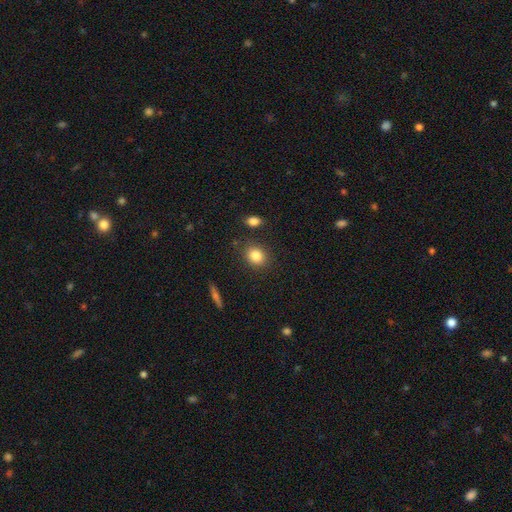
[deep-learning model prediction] A smooth galaxy with no disk features (84%) that is round (58%).

Vote fractions:
- Smooth or featured? smooth: 84% / star or artifact: 9% / featured or disk: 7%
- How rounded? round: 58% / in between: 41% / cigar-shaped: 1%
- Merging? none: 84% / minor disturbance: 10% / merger: 3% / major disturbance: 3%